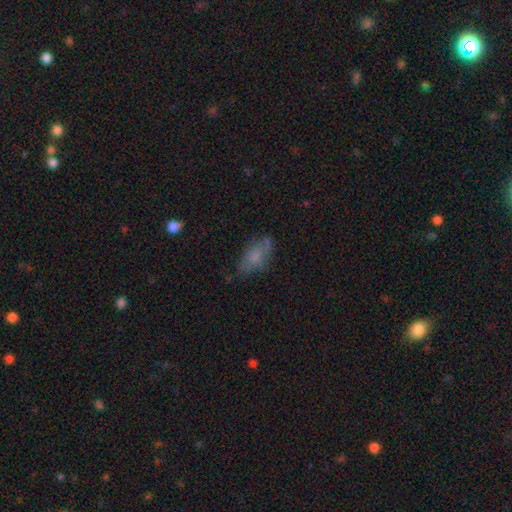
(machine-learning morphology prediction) type=smooth (69%); roundness=in between (84%); merging=none (60%).